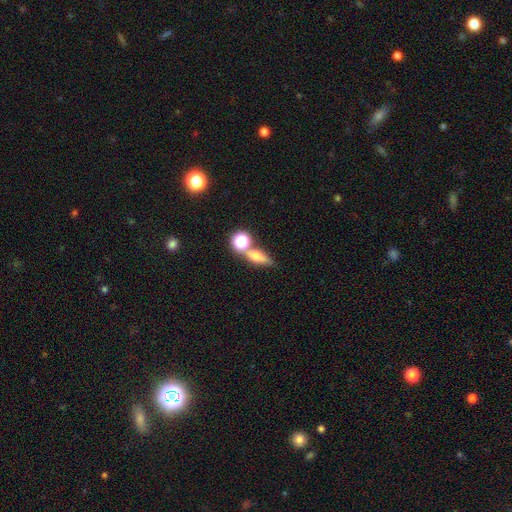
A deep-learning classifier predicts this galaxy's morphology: Overall: smooth (60%; featured or disk 25%). How rounded: in between (42%; cigar-shaped 31%). Merging: none (50%; merger 33%).